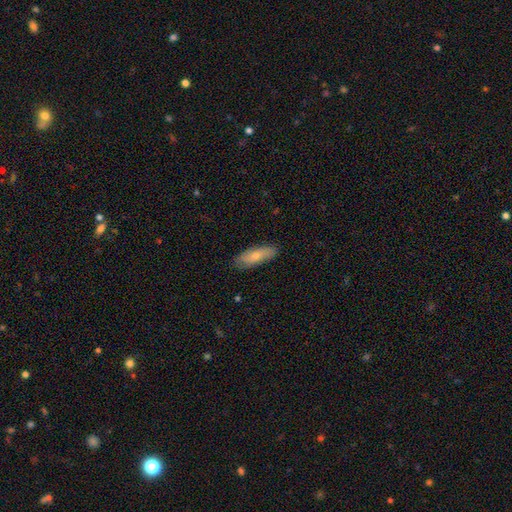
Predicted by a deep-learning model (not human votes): Morphology: type=smooth (72%); roundness=in between (53%); merging=none (84%).